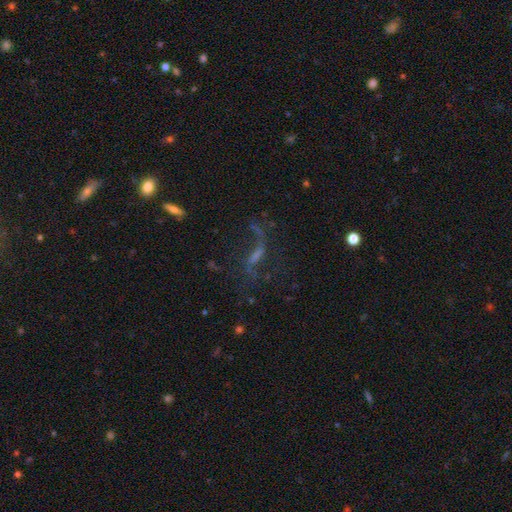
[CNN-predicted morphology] This is likely a featured or disk galaxy (66%). It is clearly not viewed edge-on (85%). Bar: marginally weak (37%). Spiral arm pattern: likely yes (78%). Central bulge: possibly none (50%). Merging: possibly none (52%).